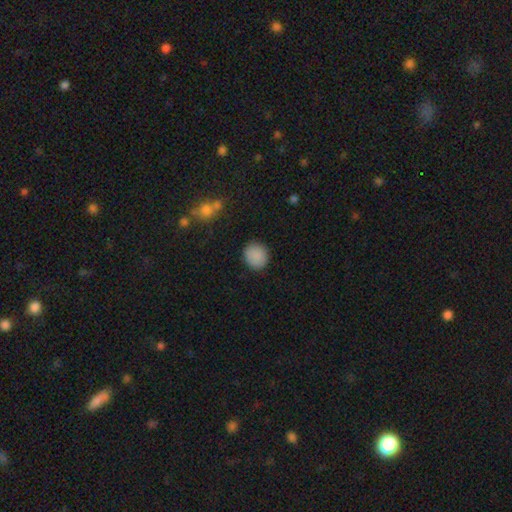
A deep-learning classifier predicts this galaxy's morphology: smooth-or-featured: smooth: 88% | star or artifact: 9% | featured or disk: 4%
  how-rounded: round: 84% | in between: 15% | cigar-shaped: 1%
  merging: none: 88% | minor disturbance: 8% | major disturbance: 3% | merger: 1%